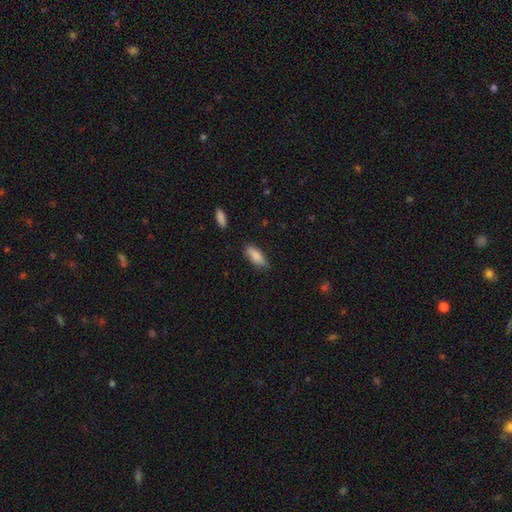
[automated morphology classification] Overall: smooth (86%). How rounded: in between (68%; cigar-shaped 30%). Merging: none (76%).